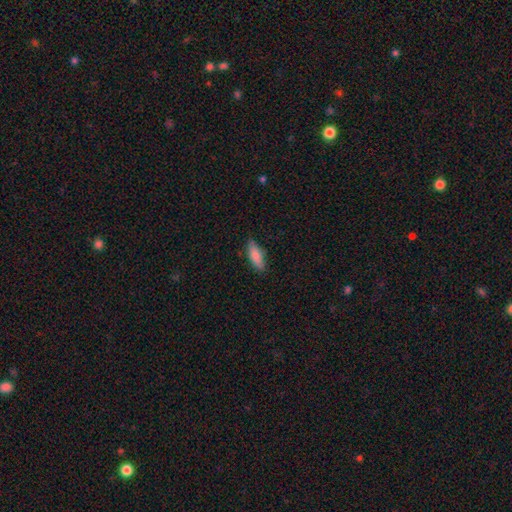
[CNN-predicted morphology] smooth 84%, featured or disk 10%, star or artifact 6%. Down the decision tree: how rounded — in between (61%); merging — none (82%).